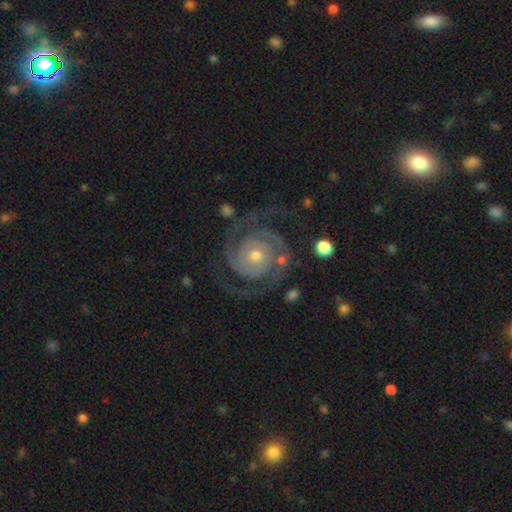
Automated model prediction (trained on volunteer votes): featured or disk 92%, star or artifact 5%, smooth 4%. Down the decision tree: edge-on disk — no (98%); bar — no (77%); spiral arms — yes (98%); spiral arm count — 2 (92%); spiral winding — tight (59%); bulge size — small (50%); merging — none (79%).